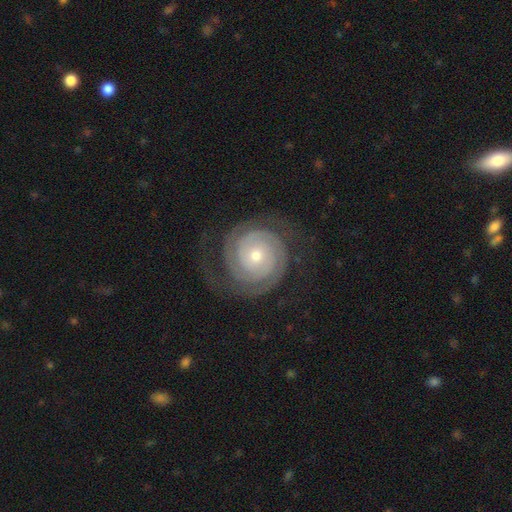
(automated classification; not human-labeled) This is clearly a featured or disk galaxy (90%). It is clearly not viewed edge-on (98%). Bar: likely no (78%). Spiral arm pattern: clearly yes (98%). Spiral arm count: clearly 2 (82%). Spiral winding: clearly tight (84%). Central bulge: likely small (60%). Merging: clearly none (80%).